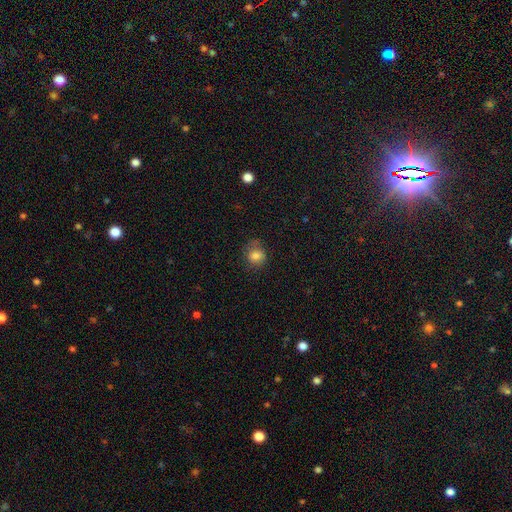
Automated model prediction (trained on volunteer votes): Smooth or featured? Predicted: smooth (p=0.79). How rounded? Predicted: round (p=0.69). Merging? Predicted: none (p=0.63).